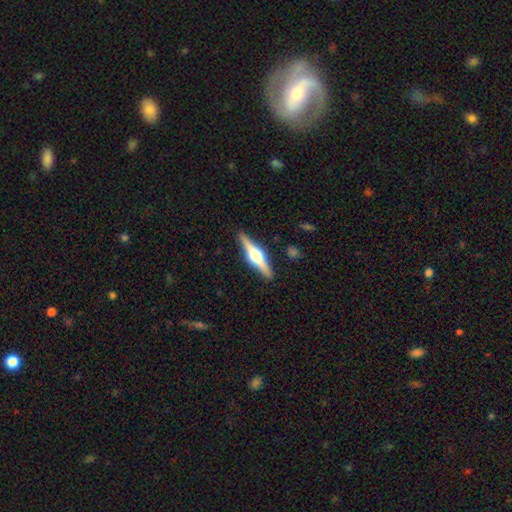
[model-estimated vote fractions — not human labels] featured or disk 74%, smooth 21%, star or artifact 5%. Down the decision tree: edge-on disk — yes (98%); edge-on bulge — rounded (94%); merging — none (90%).